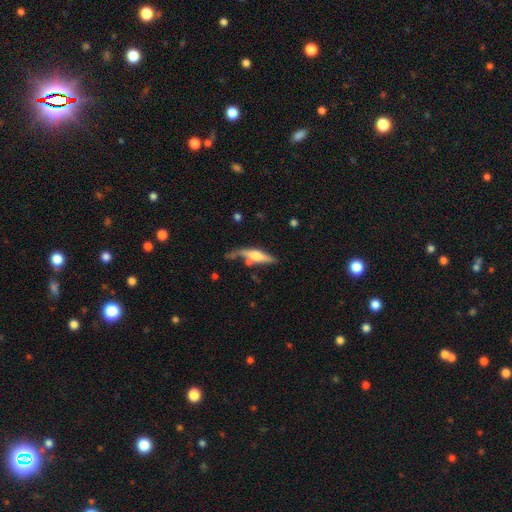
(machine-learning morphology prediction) This is possibly a featured or disk galaxy (55%). It is clearly viewed edge-on (91%). Merging: possibly none (54%).